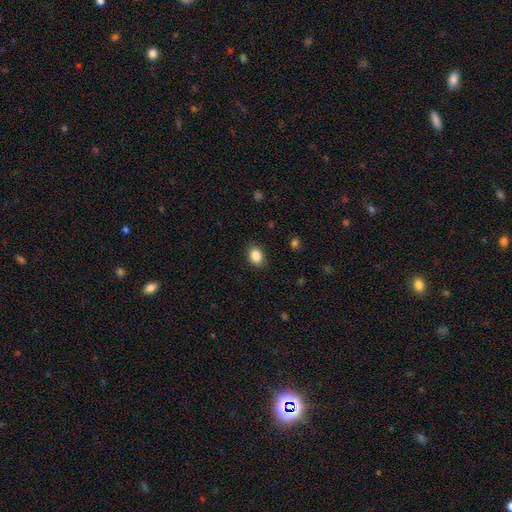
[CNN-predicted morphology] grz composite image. It shows a smooth galaxy with no disk features (87%) that is in between round and cigar-shaped (67%). Merging: none (88%).